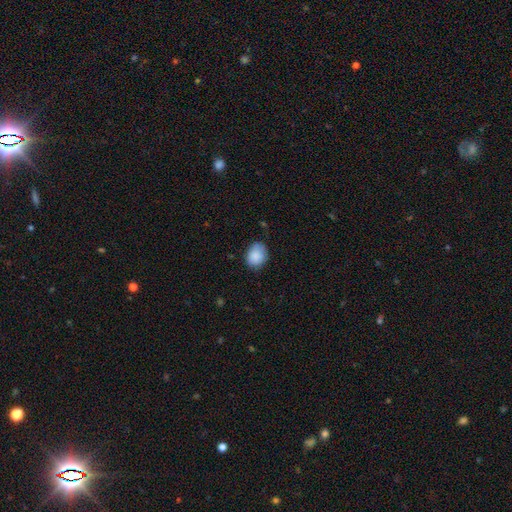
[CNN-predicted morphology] smooth-or-featured: smooth: 88% | star or artifact: 7% | featured or disk: 5%
  how-rounded: in between: 53% | round: 46% | cigar-shaped: 1%
  merging: none: 70% | minor disturbance: 24% | major disturbance: 4% | merger: 1%